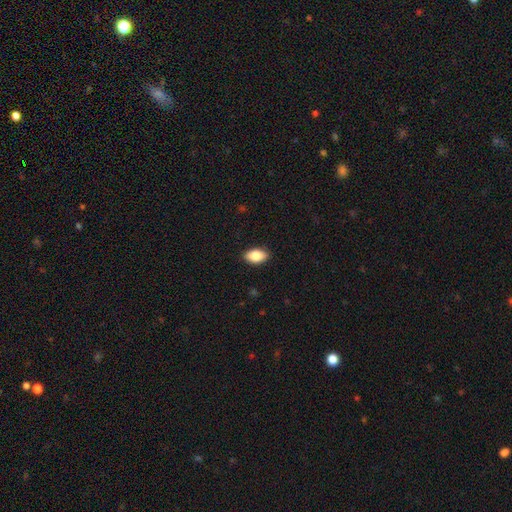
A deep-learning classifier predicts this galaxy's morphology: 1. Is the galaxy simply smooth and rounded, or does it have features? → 84% smooth, 9% featured or disk, 7% star or artifact.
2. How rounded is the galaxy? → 91% in between, 7% round, 2% cigar-shaped.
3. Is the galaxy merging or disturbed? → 89% none, 8% minor disturbance, 2% major disturbance, 1% merger.